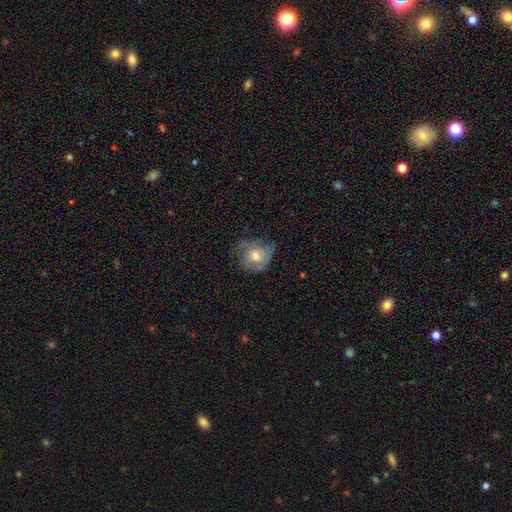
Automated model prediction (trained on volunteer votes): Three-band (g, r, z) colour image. It shows a featured or disk galaxy (54%) with no bar (77%), spiral arms (71%) and a moderate central bulge (66%). Merging: none (57%).